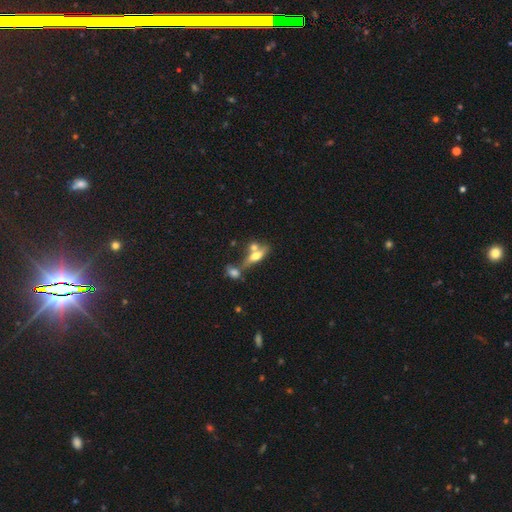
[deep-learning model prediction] Q: Smooth or featured?
A: smooth (51%); runner-up: featured or disk (40%)
Q: How rounded?
A: in between (55%); runner-up: cigar-shaped (39%)
Q: Merging?
A: merger (43%); runner-up: none (39%)